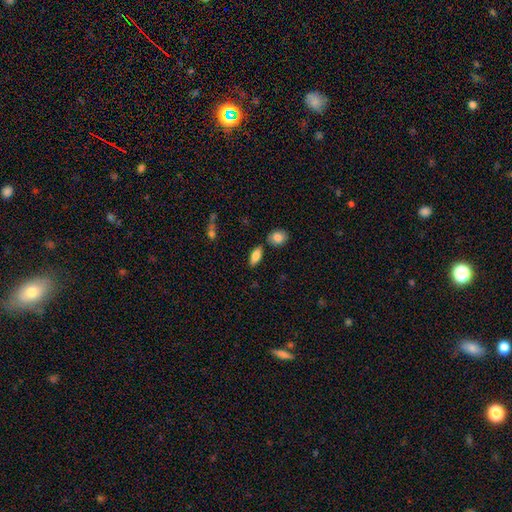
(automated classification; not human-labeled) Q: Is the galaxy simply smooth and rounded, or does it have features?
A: smooth — 81%.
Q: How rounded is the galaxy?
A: in between — 82%.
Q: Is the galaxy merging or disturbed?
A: none — 78%.